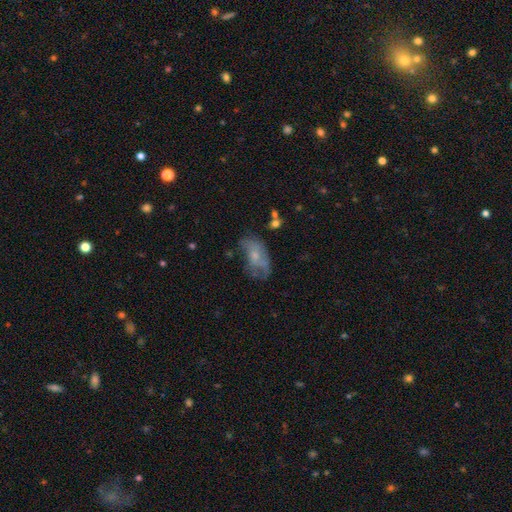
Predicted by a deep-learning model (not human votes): Smooth or featured? smooth (51%)
How rounded? in between (89%)
Merging? none (37%)